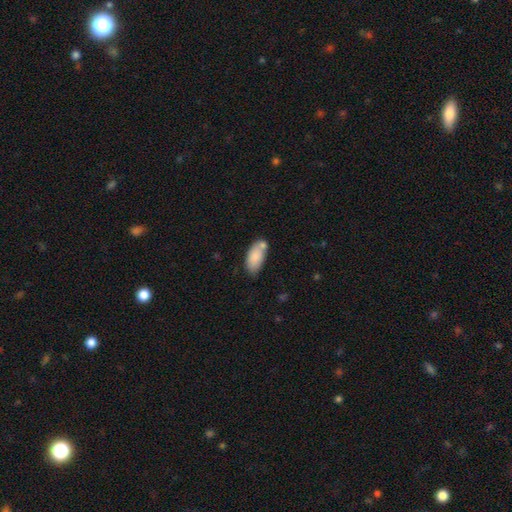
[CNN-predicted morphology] Smooth or featured? smooth (84%)
How rounded? in between (91%)
Merging? none (56%)